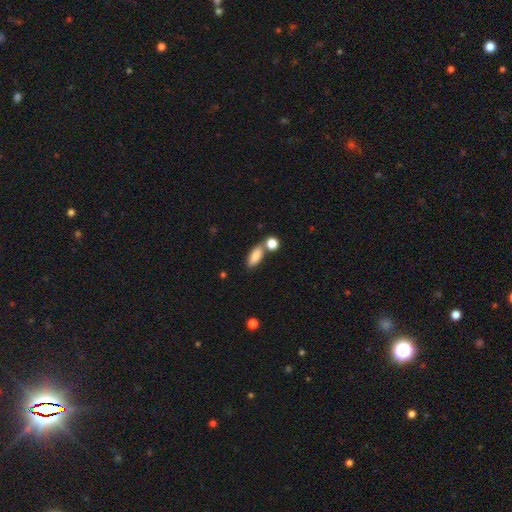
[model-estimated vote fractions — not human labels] The model was most divided on "merging": none: 60%, merger: 24%, minor disturbance: 12%, major disturbance: 4%. More confident: smooth or featured — smooth (85%); how rounded — in between (78%).